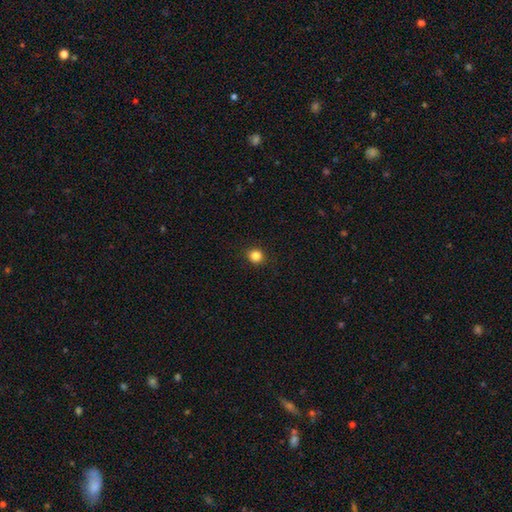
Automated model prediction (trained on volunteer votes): smooth 84%, star or artifact 12%, featured or disk 4%. Down the decision tree: how rounded — round (86%); merging — none (91%).